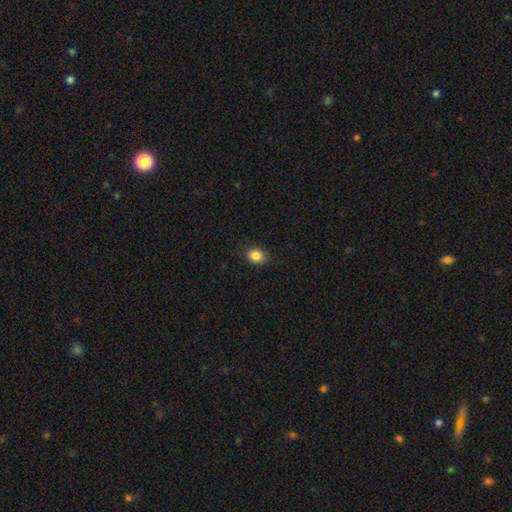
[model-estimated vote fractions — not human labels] A smooth galaxy with no disk features (86%) that is in between round and cigar-shaped (61%).

Vote fractions:
- Smooth or featured? smooth: 86% / star or artifact: 9% / featured or disk: 5%
- How rounded? in between: 61% / round: 37% / cigar-shaped: 1%
- Merging? none: 86% / minor disturbance: 11% / major disturbance: 2% / merger: 1%